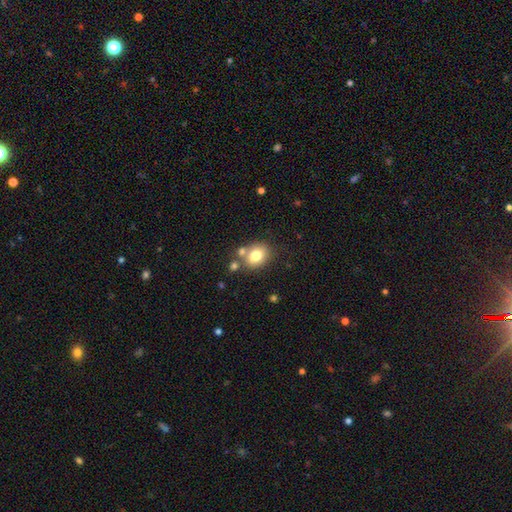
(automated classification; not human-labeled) Morphology: type=smooth (77%); roundness=in between (54%); merging=none (64%).